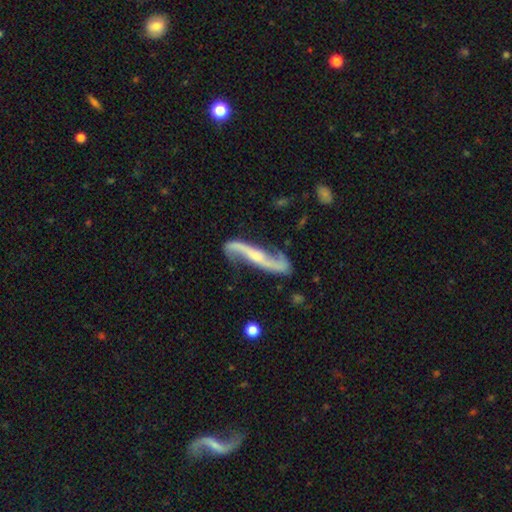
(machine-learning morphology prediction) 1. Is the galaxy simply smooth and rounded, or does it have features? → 87% featured or disk, 8% smooth, 5% star or artifact.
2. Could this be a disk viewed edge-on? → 79% no, 21% yes.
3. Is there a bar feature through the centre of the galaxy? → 40% no, 31% weak, 28% strong.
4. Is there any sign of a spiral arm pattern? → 96% yes, 4% no.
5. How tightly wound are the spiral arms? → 81% loose, 14% medium, 5% tight.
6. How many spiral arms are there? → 93% 2, 2% can't tell, 2% 1, 1% 3, 1% 4, 1% more than 4.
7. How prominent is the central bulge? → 46% small, 28% moderate, 21% none, 4% large, 2% dominant.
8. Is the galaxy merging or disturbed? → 70% none, 18% minor disturbance, 8% major disturbance, 4% merger.